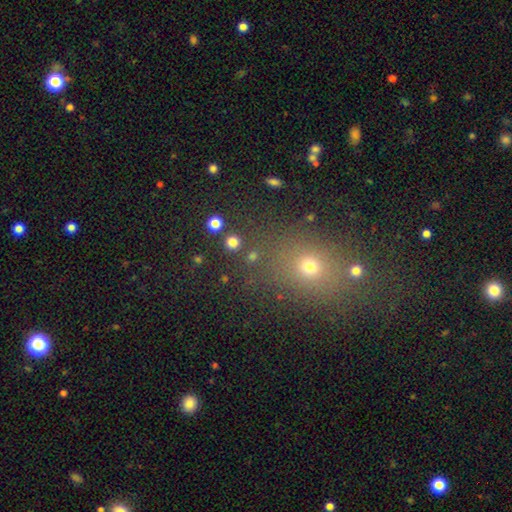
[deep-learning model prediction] This appears to be a smooth galaxy with no disk features (54%) that is round (59%). Merging: none (76%).